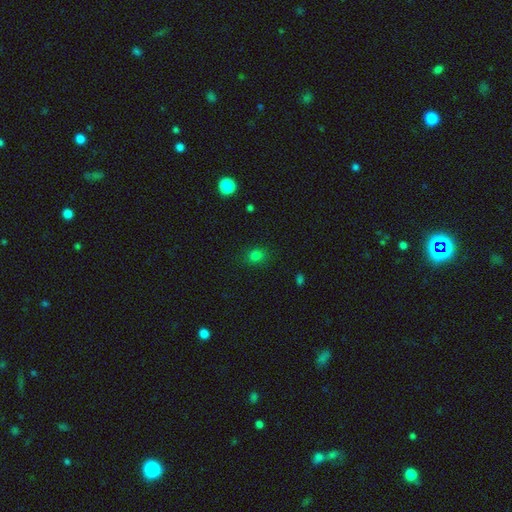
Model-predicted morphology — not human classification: smooth-or-featured: smooth: 79% | star or artifact: 16% | featured or disk: 5%
  how-rounded: round: 62% | in between: 37% | cigar-shaped: 1%
  merging: none: 85% | minor disturbance: 10% | major disturbance: 3% | merger: 2%